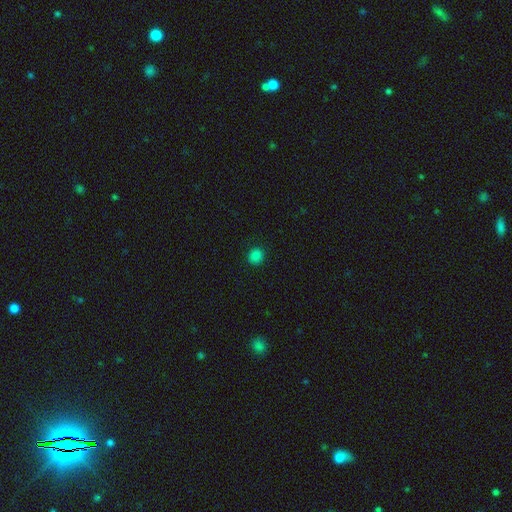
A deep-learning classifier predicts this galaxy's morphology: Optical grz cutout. It shows a smooth galaxy with no disk features (84%) that is round (88%). Merging: none (91%).